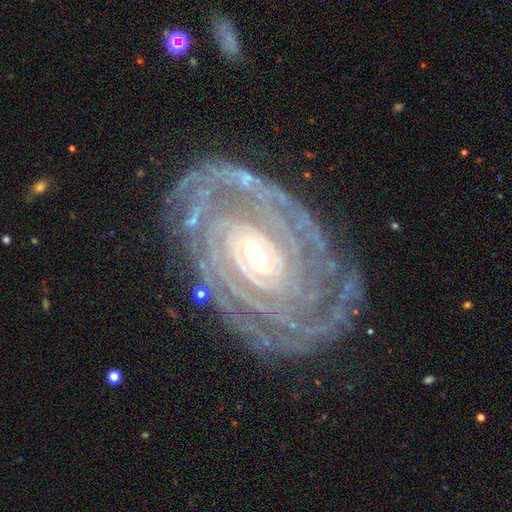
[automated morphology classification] smooth_or_featured: featured or disk (p=0.92) [alt: star or artifact p=0.04]
disk_edge_on: no (p=0.96) [alt: yes p=0.04]
bar: no (p=0.47) [alt: weak p=0.34]
has_spiral_arms: yes (p=0.98) [alt: no p=0.02]
spiral_winding: tight (p=0.84) [alt: medium p=0.13]
spiral_arm_count: can't tell (p=0.25) [alt: 2 p=0.21]
bulge_size: moderate (p=0.60) [alt: small p=0.33]
merging: none (p=0.71) [alt: minor disturbance p=0.17]